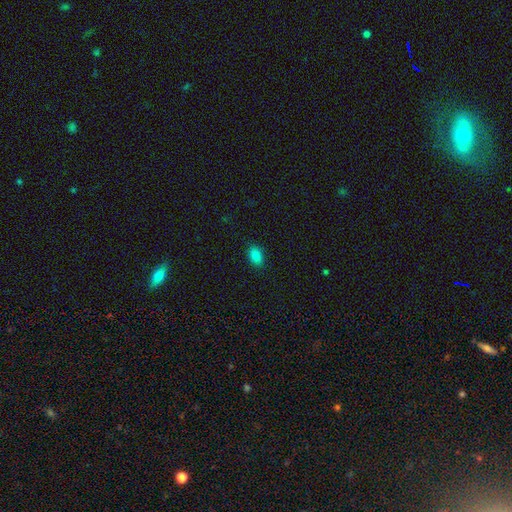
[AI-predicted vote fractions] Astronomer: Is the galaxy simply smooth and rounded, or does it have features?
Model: smooth — 86%.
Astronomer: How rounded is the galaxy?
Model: in between — 89%.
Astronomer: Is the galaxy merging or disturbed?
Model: none — 88%.